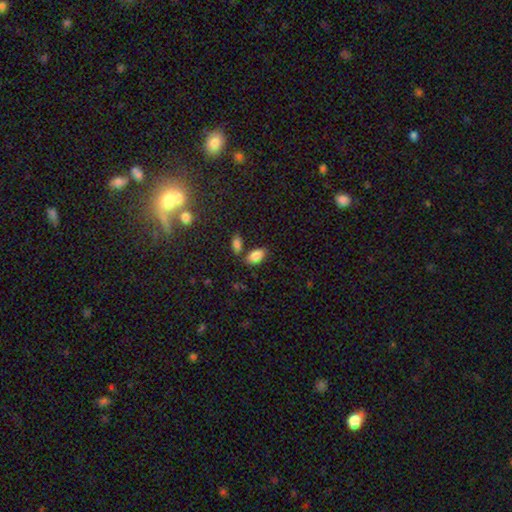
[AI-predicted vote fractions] Smooth or featured?
  - smooth: 87% *
  - star or artifact: 8%
  - featured or disk: 5%
How rounded?
  - in between: 93% *
  - round: 4%
  - cigar-shaped: 2%
Merging?
  - none: 64% *
  - merger: 18%
  - minor disturbance: 14%
  - major disturbance: 4%